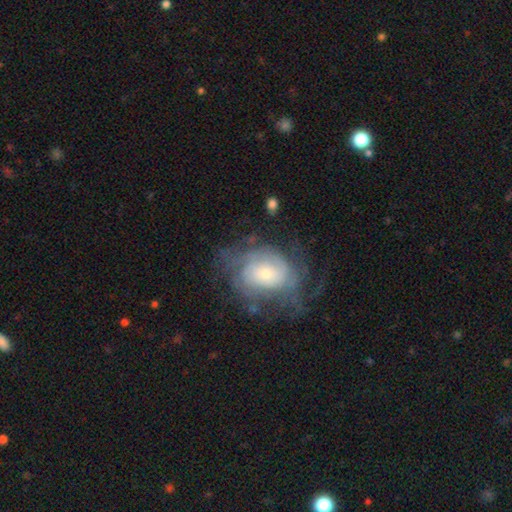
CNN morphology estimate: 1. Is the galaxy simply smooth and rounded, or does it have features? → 61% featured or disk, 25% smooth, 14% star or artifact.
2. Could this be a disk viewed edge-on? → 96% no, 4% yes.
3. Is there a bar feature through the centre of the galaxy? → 64% no, 30% weak, 7% strong.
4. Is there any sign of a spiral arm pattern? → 79% yes, 21% no.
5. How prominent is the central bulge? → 45% moderate, 36% small, 13% large, 4% none, 2% dominant.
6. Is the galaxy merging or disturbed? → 65% none, 19% minor disturbance, 14% major disturbance, 2% merger.